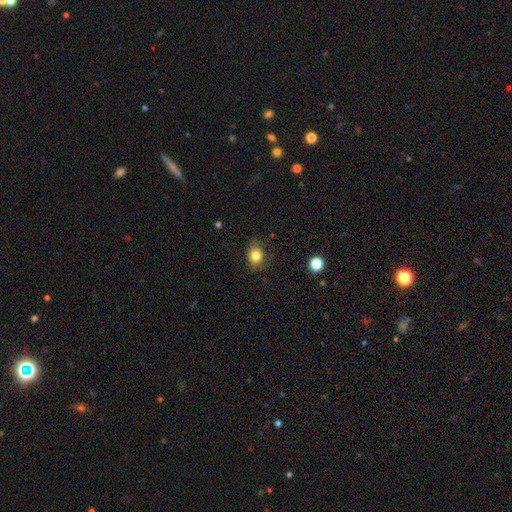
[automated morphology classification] Smooth or featured?
  - smooth: 82% *
  - star or artifact: 11%
  - featured or disk: 7%
How rounded?
  - round: 57% *
  - in between: 43%
  - cigar-shaped: 1%
Merging?
  - none: 75% *
  - minor disturbance: 19%
  - major disturbance: 5%
  - merger: 1%